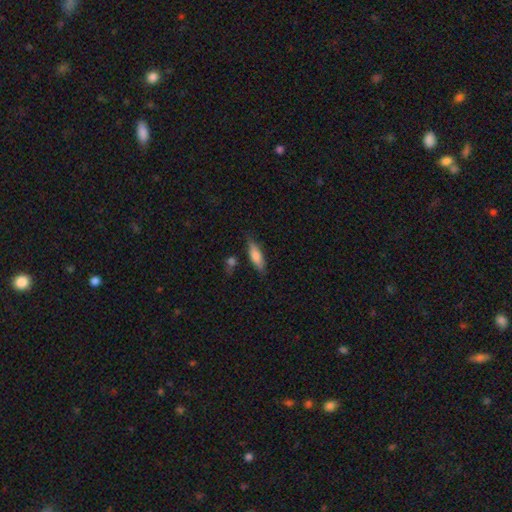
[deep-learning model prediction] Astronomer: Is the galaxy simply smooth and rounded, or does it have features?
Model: smooth — 74%.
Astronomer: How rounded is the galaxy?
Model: cigar-shaped — 53% (runner-up: in between, 45%).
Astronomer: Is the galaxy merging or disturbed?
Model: none — 71%.